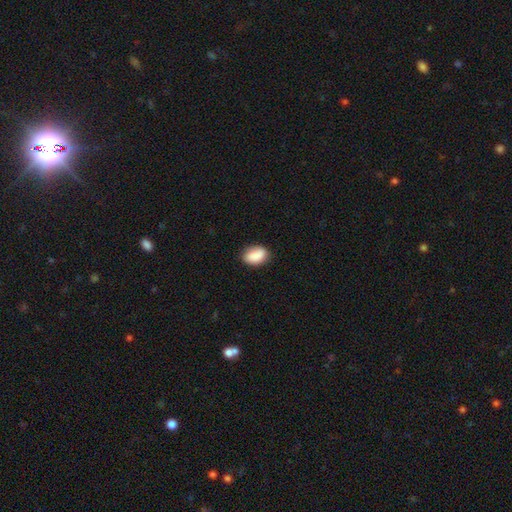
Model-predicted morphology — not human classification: smooth_or_featured: smooth (p=0.88) [alt: star or artifact p=0.07]
how_rounded: in between (p=0.87) [alt: round p=0.12]
merging: none (p=0.80) [alt: minor disturbance p=0.16]